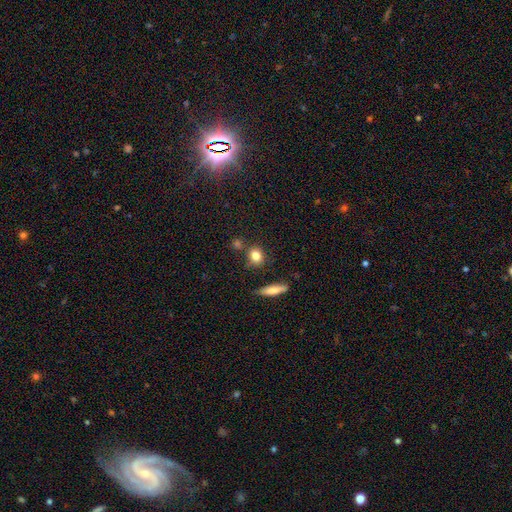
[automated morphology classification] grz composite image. It shows a smooth galaxy with no disk features (82%) that is round (69%). Merging: none (73%).